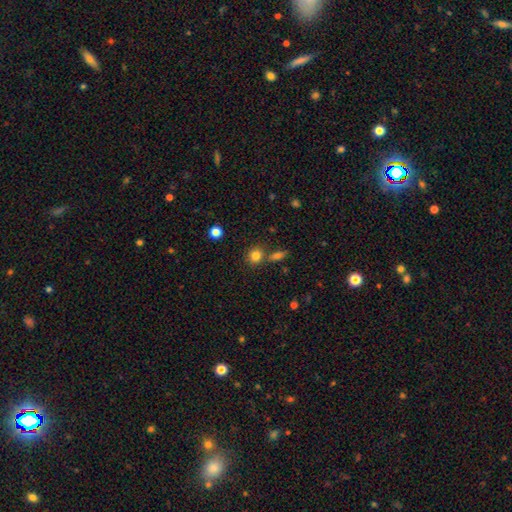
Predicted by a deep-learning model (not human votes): smooth 82%, star or artifact 11%, featured or disk 7%. Down the decision tree: how rounded — round (81%); merging — none (70%).